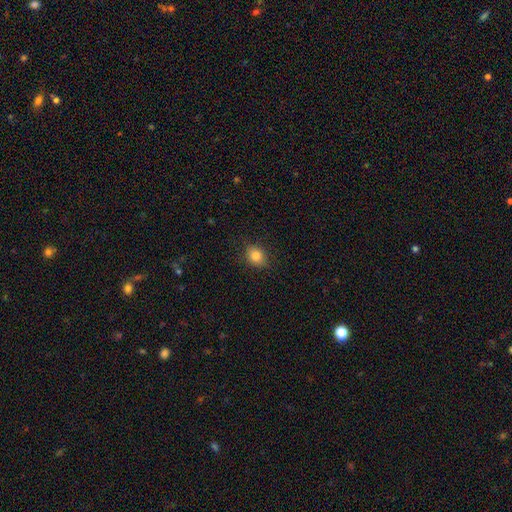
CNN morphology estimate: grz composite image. It shows a smooth galaxy with no disk features (83%) that is round (61%). Merging: none (84%).